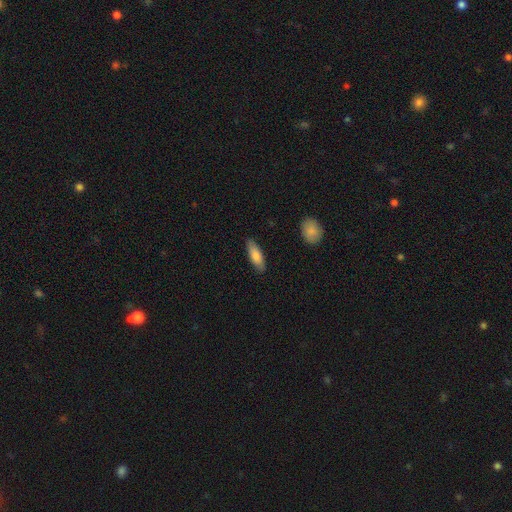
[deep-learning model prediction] smooth-or-featured: smooth: 77% | featured or disk: 17% | star or artifact: 6%
  how-rounded: in between: 55% | cigar-shaped: 43% | round: 2%
  merging: none: 87% | minor disturbance: 10% | major disturbance: 2% | merger: 1%